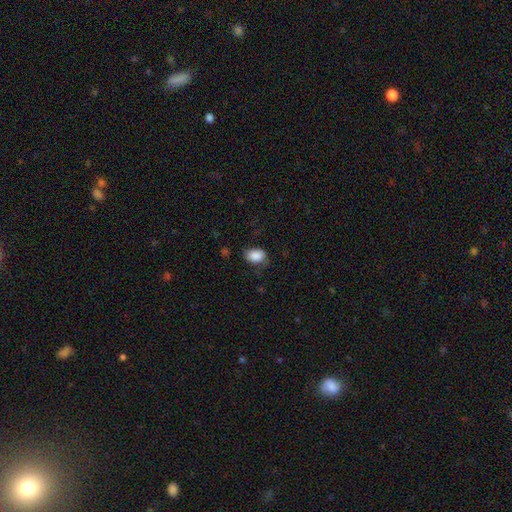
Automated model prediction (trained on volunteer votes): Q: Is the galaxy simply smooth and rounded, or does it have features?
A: smooth — 86%.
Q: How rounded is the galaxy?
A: in between — 78%.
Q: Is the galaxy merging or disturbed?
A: none — 63%.